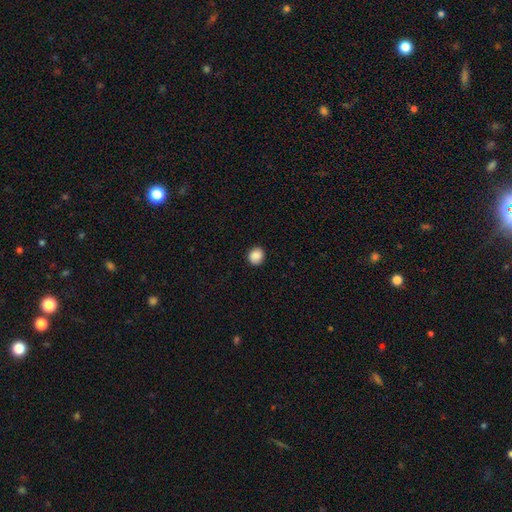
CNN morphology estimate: Smooth or featured?
  - smooth: 89% *
  - star or artifact: 9%
  - featured or disk: 3%
How rounded?
  - round: 79% *
  - in between: 21%
  - cigar-shaped: 1%
Merging?
  - none: 90% *
  - minor disturbance: 7%
  - major disturbance: 2%
  - merger: 1%